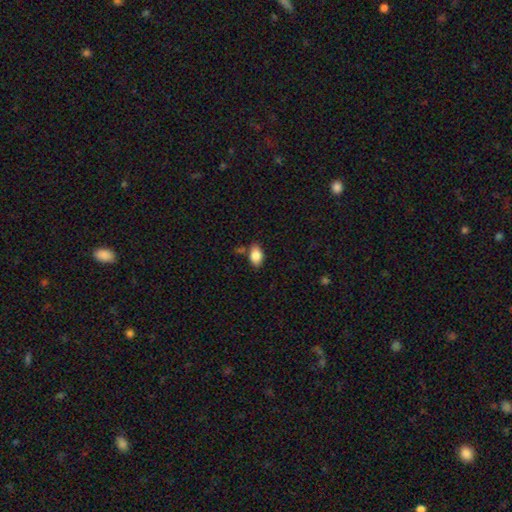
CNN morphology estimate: This is clearly a smooth galaxy (84%). How rounded: clearly in between (89%). Merging: likely none (77%).